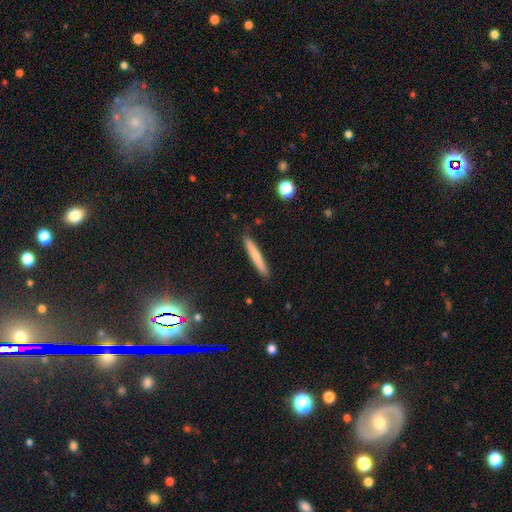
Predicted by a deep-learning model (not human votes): Q: Smooth or featured?
A: smooth (71%); runner-up: featured or disk (22%)
Q: How rounded?
A: cigar-shaped (96%); runner-up: in between (3%)
Q: Merging?
A: none (90%); runner-up: minor disturbance (7%)